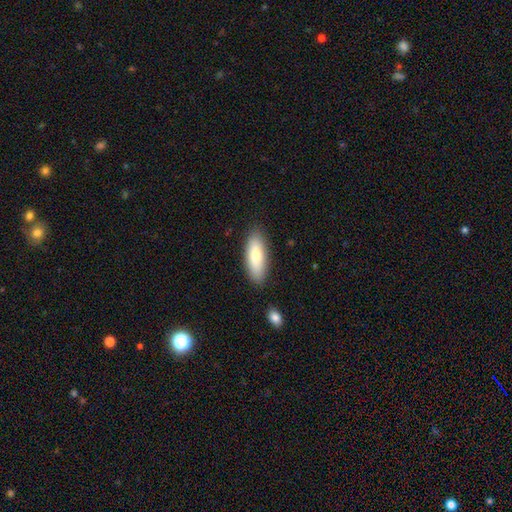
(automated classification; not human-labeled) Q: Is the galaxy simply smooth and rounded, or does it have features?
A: smooth — 75%.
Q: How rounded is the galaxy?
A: in between — 65%.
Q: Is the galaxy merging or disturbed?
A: none — 86%.